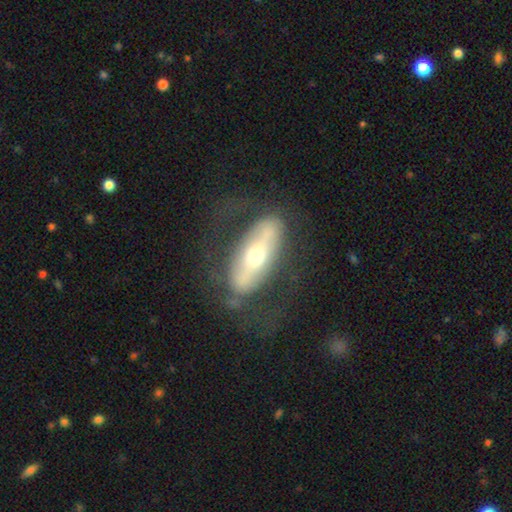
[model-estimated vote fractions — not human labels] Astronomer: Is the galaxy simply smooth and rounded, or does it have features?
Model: featured or disk — 59% (runner-up: smooth, 35%).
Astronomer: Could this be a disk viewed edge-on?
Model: no — 70%.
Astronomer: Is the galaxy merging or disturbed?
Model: none — 63%.